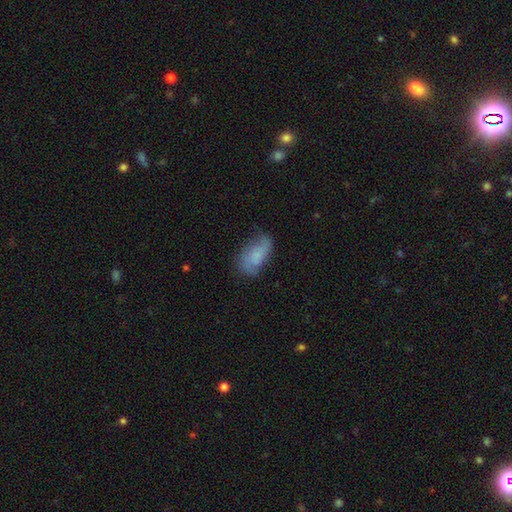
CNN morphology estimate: A smooth galaxy with no disk features (49%).

Vote fractions:
- Smooth or featured? smooth: 49% / featured or disk: 41% / star or artifact: 10%
- Merging? none: 59% / minor disturbance: 28% / major disturbance: 12% / merger: 2%